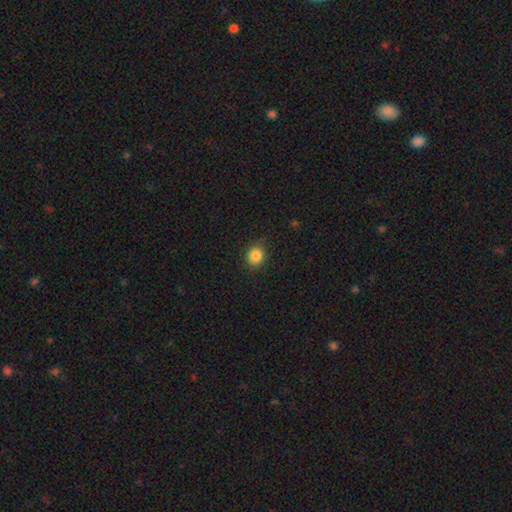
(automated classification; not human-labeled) Morphology: type=smooth (86%); roundness=round (76%); merging=none (86%).